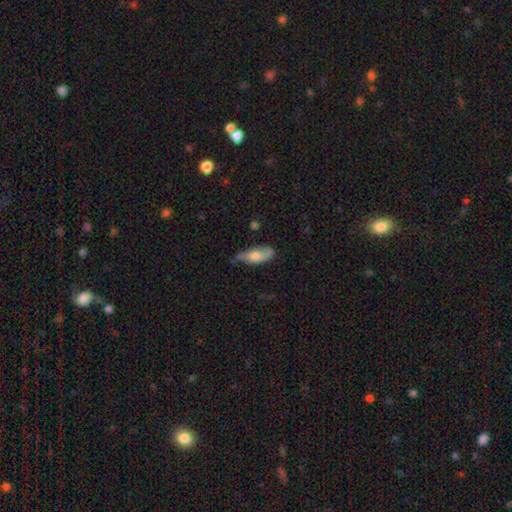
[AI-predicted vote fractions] Overall: smooth (54%; featured or disk 39%). How rounded: in between (71%). Merging: none (57%; minor disturbance 32%).